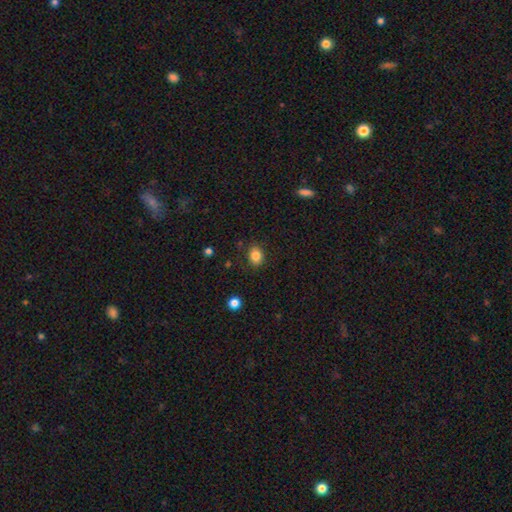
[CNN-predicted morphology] smooth_or_featured: smooth (p=0.83) [alt: star or artifact p=0.10]
how_rounded: in between (p=0.55) [alt: round p=0.44]
merging: none (p=0.84) [alt: minor disturbance p=0.11]